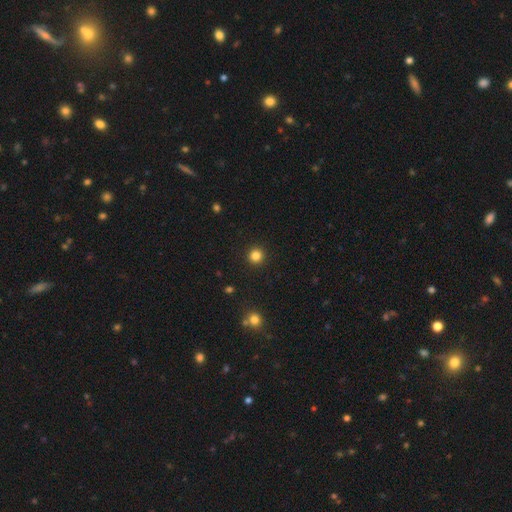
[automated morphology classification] Smooth or featured? Predicted: smooth (p=0.84). How rounded? Predicted: round (p=0.95). Merging? Predicted: none (p=0.93).